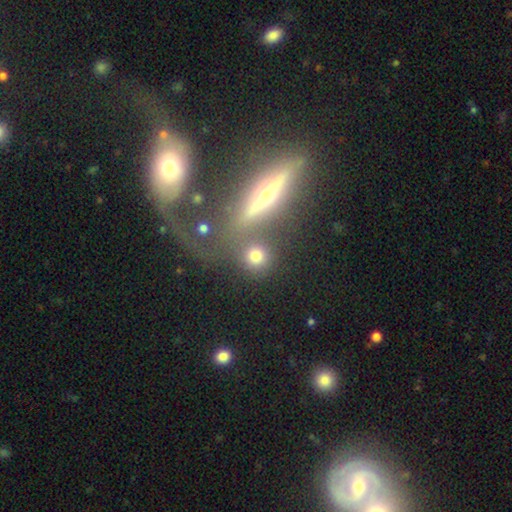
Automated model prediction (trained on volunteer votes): Overall: smooth (68%). How rounded: round (85%). Merging: none (67%).